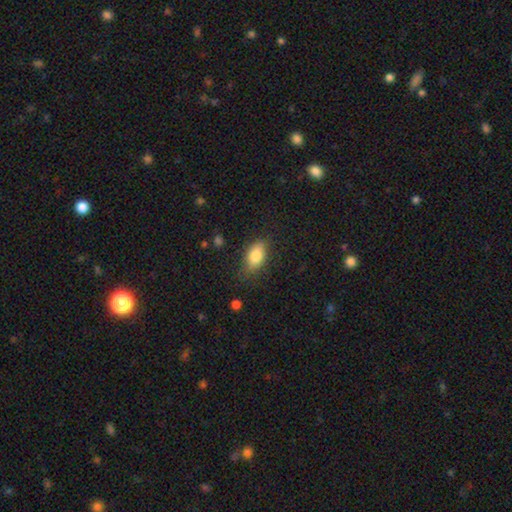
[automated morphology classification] This appears to be a smooth galaxy with no disk features (84%) that is in between round and cigar-shaped (89%). Merging: none (75%).